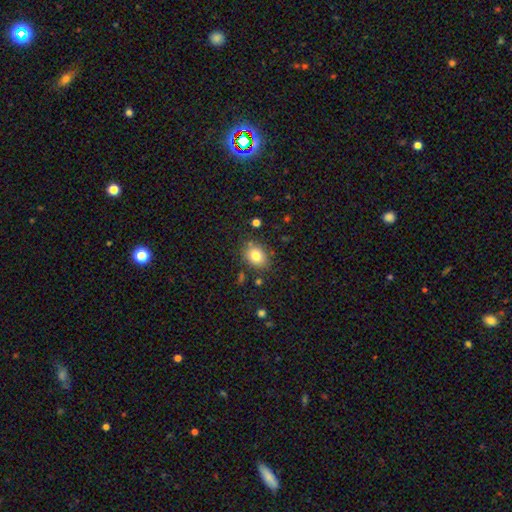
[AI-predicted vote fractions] Smooth or featured? smooth (81%)
How rounded? in between (58%)
Merging? none (81%)